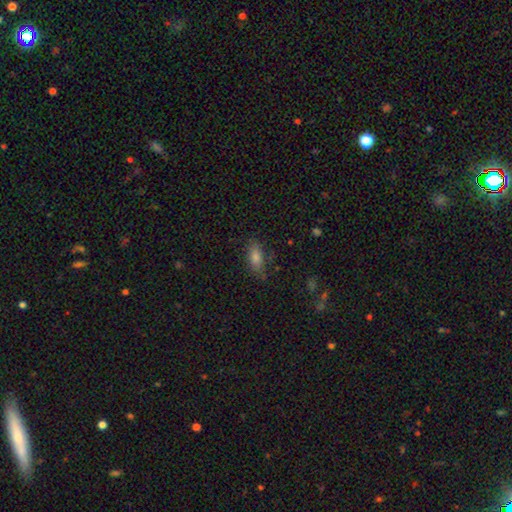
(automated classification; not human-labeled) Smooth or featured: smooth — 75% (featured or disk — 13%)
How rounded: in between — 76% (cigar-shaped — 20%)
Merging: none — 77% (minor disturbance — 17%)